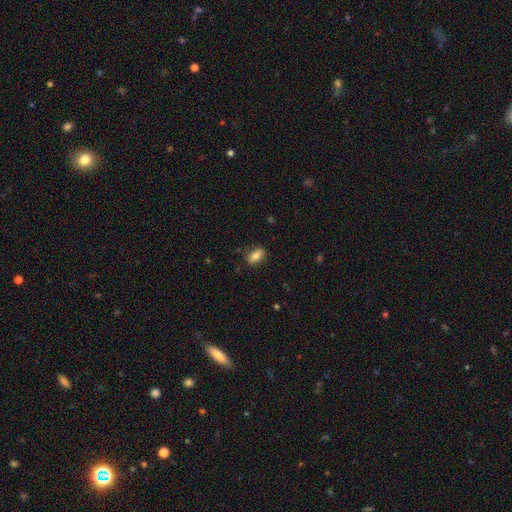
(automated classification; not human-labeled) Morphology: type=smooth (79%); roundness=in between (85%); merging=none (82%).